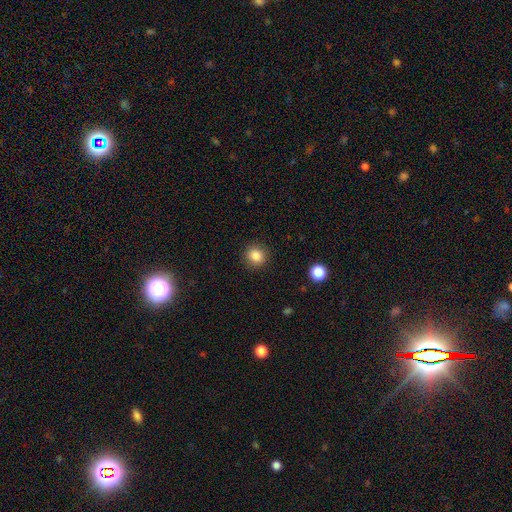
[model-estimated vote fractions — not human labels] Morphology: type=smooth (85%); roundness=round (87%); merging=none (91%).